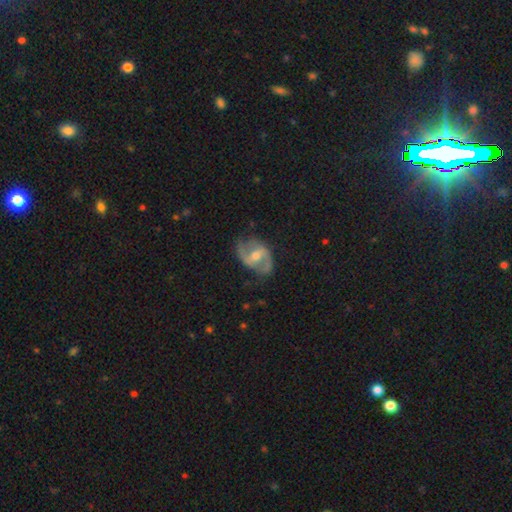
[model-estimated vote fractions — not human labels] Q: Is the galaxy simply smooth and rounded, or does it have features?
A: featured or disk — 80%.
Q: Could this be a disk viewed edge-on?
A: no — 97%.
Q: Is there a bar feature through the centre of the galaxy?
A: weak — 50%.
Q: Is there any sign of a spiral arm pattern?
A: yes — 89%.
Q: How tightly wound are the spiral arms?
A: medium — 46%.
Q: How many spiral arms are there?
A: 2 — 89%.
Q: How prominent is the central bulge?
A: moderate — 66%.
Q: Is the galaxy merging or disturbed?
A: none — 71%.